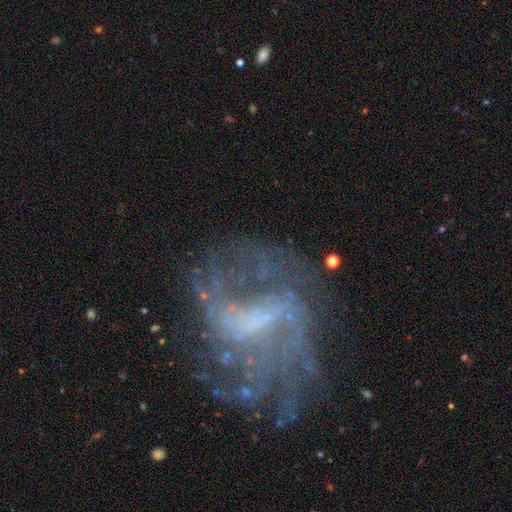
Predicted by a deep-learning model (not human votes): This is likely a featured or disk galaxy (77%). It is clearly not viewed edge-on (97%). Bar: possibly weak (49%). Spiral arm pattern: likely yes (76%). Spiral arm count: possibly can't tell (46%). Spiral winding: marginally loose (40%). Central bulge: marginally none (38%). Merging: possibly none (54%).